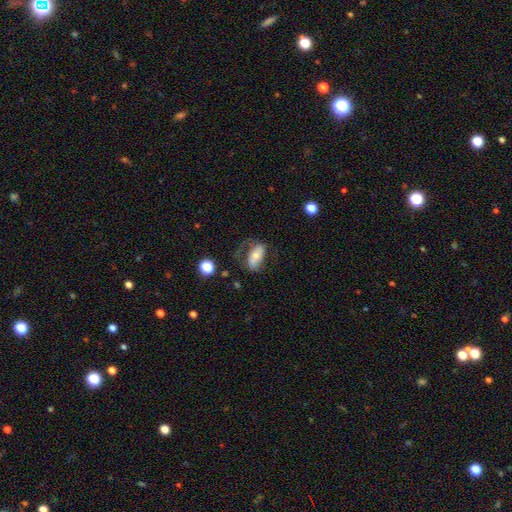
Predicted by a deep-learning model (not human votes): The model was most divided on "merging": none: 43%, major disturbance: 28%, minor disturbance: 25%, merger: 3%. More confident: how rounded — in between (87%); smooth or featured — smooth (55%).